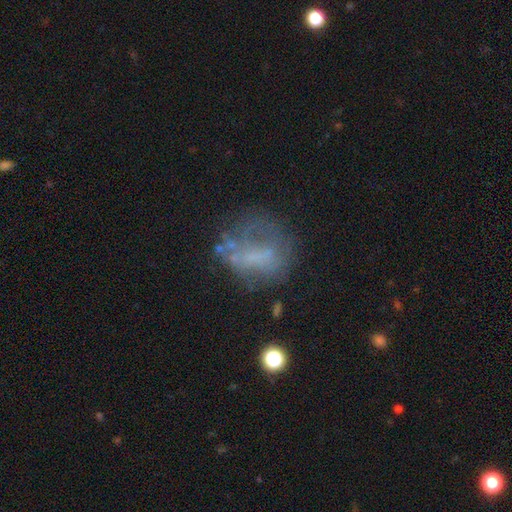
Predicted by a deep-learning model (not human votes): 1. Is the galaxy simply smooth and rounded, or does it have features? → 42% featured or disk, 39% smooth, 18% star or artifact.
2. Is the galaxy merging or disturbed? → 45% none, 27% major disturbance, 21% minor disturbance, 7% merger.